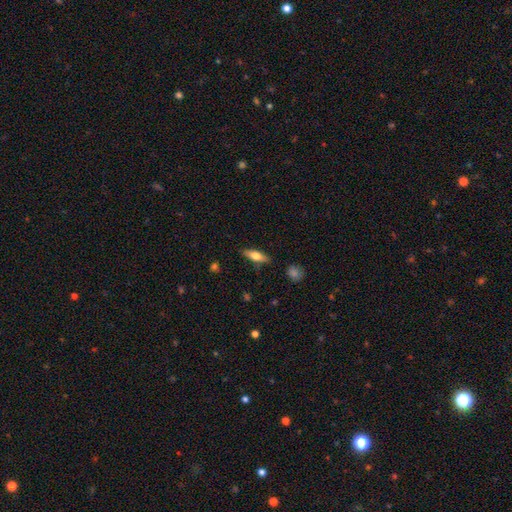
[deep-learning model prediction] Smooth or featured? smooth (59%)
How rounded? in between (51%)
Merging? none (85%)